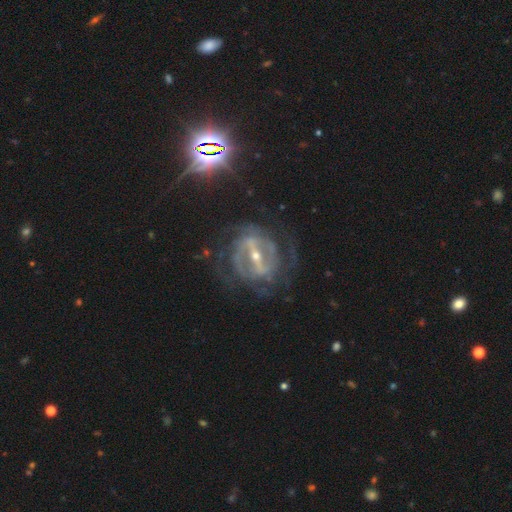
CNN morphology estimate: This appears to be a featured or disk galaxy (89%) with a strong bar (79%), 2 (39%) tight (47%) spiral arms (89%) and a small central bulge (61%). Merging: none (68%).